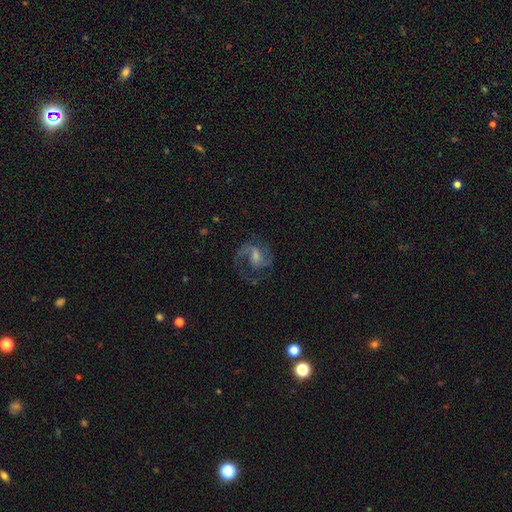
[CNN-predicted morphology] Smooth or featured? Predicted: featured or disk (p=0.84). Edge-on disk? Predicted: no (p=0.98). Bar? Predicted: weak (p=0.55). Spiral arms? Predicted: yes (p=0.96). Spiral winding? Predicted: medium (p=0.56). Spiral arm count? Predicted: 2 (p=0.71). Bulge size? Predicted: small (p=0.38). Merging? Predicted: none (p=0.62).